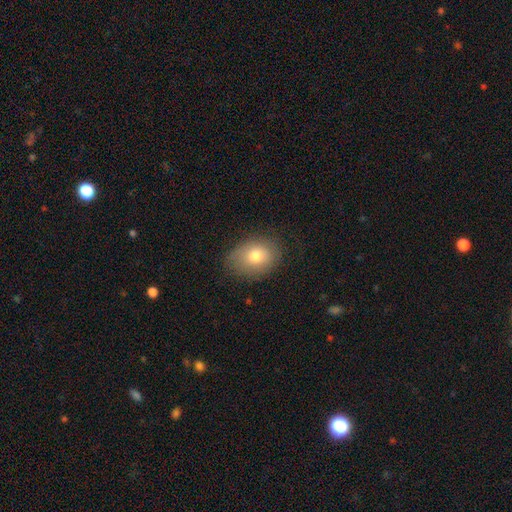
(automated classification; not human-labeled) This is likely a smooth galaxy (77%). How rounded: likely in between (63%). Merging: likely none (76%).